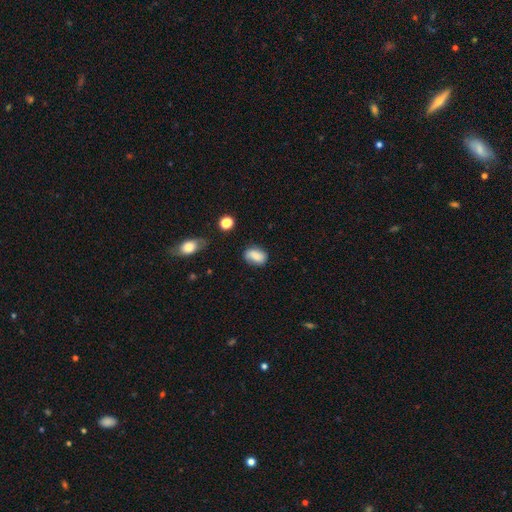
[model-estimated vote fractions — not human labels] Smooth or featured? Predicted: smooth (p=0.74). How rounded? Predicted: in between (p=0.81). Merging? Predicted: none (p=0.68).